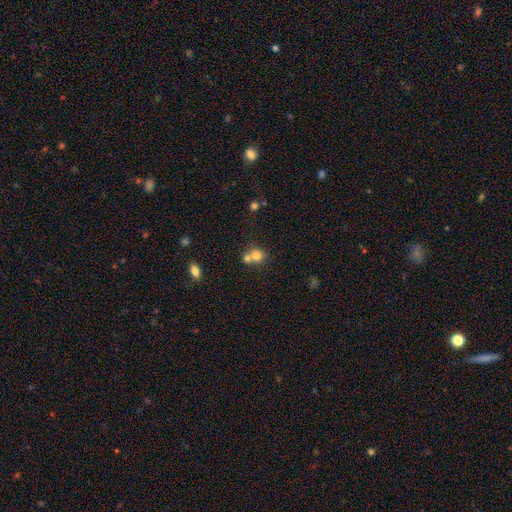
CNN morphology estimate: type=smooth (76%); roundness=round (82%); merging=merger (50%).